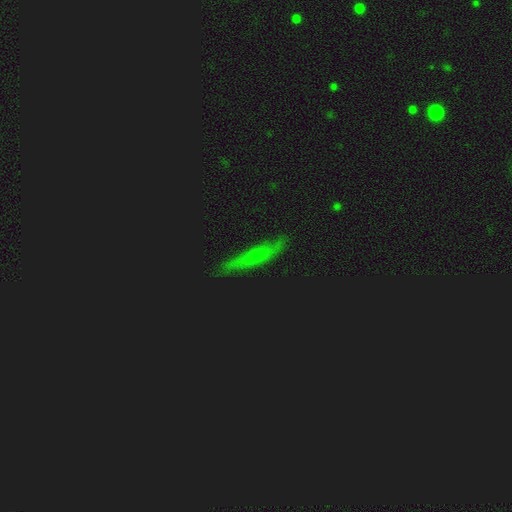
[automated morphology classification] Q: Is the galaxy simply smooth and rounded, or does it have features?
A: smooth — 40%.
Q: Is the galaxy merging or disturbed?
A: none — 83%.